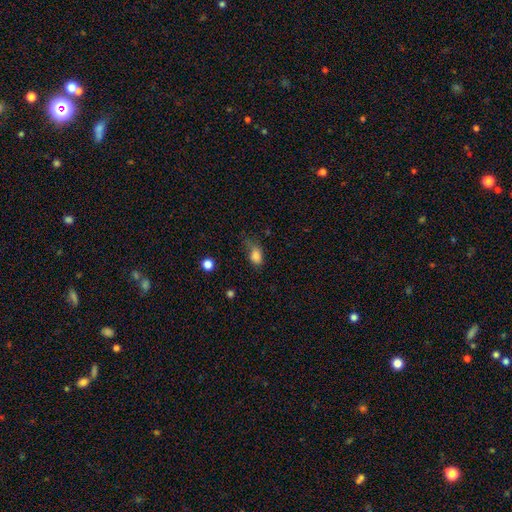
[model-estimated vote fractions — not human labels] This is clearly a smooth galaxy (83%). How rounded: likely in between (79%). Merging: marginally none (41%).